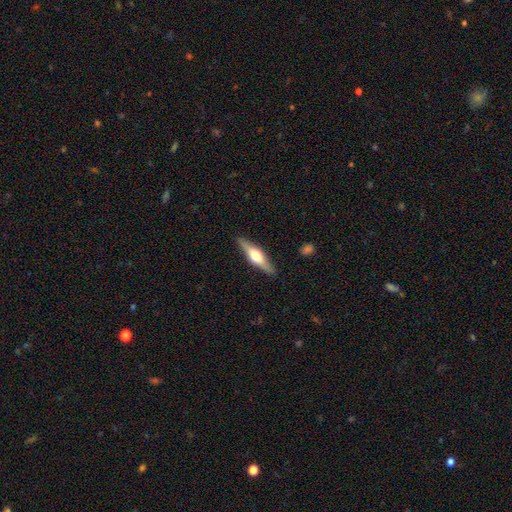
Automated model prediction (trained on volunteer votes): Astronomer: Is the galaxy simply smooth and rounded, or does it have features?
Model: featured or disk — 61%.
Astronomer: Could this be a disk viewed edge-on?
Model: yes — 95%.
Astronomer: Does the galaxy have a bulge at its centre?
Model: rounded — 90%.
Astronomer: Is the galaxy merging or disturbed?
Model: none — 88%.